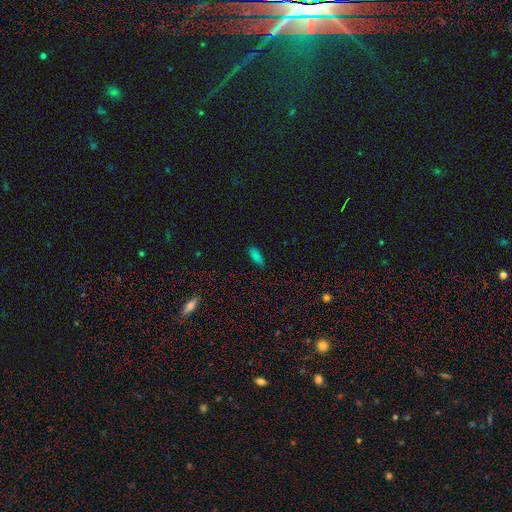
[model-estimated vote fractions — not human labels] A smooth galaxy with no disk features (82%) that is in between round and cigar-shaped (71%).

Vote fractions:
- Smooth or featured? smooth: 82% / star or artifact: 13% / featured or disk: 5%
- How rounded? in between: 71% / cigar-shaped: 27% / round: 3%
- Merging? none: 87% / minor disturbance: 10% / major disturbance: 2% / merger: 1%